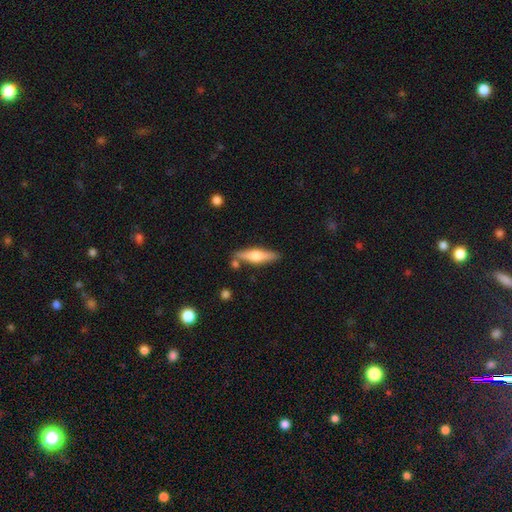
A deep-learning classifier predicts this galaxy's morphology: This is possibly a featured or disk galaxy (53%). It is clearly viewed edge-on (95%). Edge-on bulge: clearly rounded (89%). Merging: clearly none (82%).